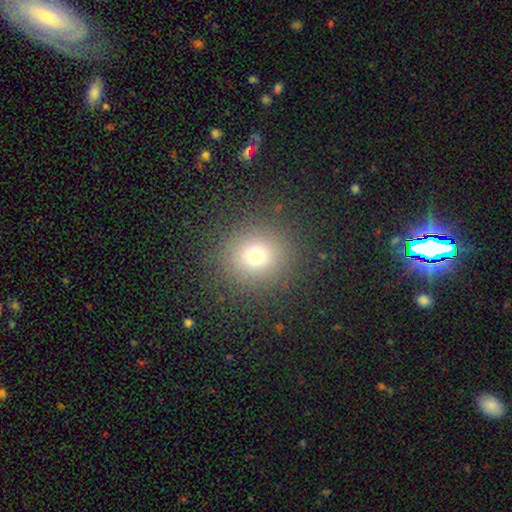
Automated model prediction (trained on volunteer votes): Smooth or featured: smooth — 72% (star or artifact — 18%)
How rounded: round — 90% (in between — 9%)
Merging: none — 88% (minor disturbance — 7%)